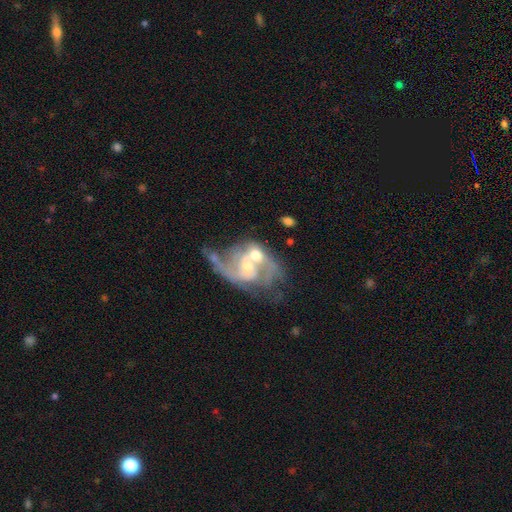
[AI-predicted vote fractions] Smooth or featured: featured or disk — 82% (smooth — 12%)
Edge-on disk: no — 97% (yes — 3%)
Bar: no — 59% (weak — 31%)
Spiral arms: yes — 86% (no — 14%)
Spiral winding: medium — 44% (loose — 40%)
Spiral arm count: 2 — 72% (can't tell — 13%)
Bulge size: moderate — 54% (small — 36%)
Merging: merger — 54% (none — 20%)